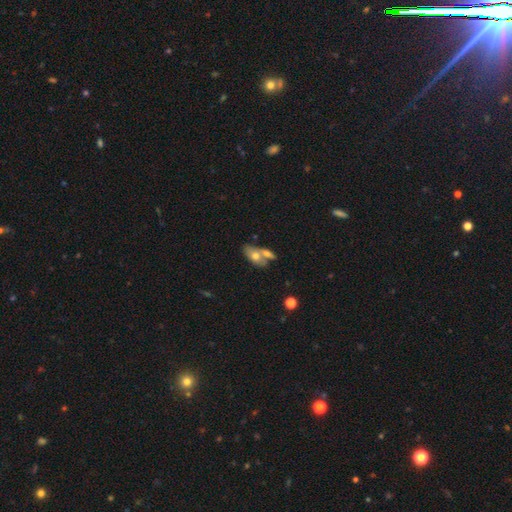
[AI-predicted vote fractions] smooth-or-featured: smooth: 62% | featured or disk: 31% | star or artifact: 7%
  how-rounded: in between: 85% | cigar-shaped: 8% | round: 7%
  merging: merger: 51% | none: 33% | minor disturbance: 10% | major disturbance: 5%